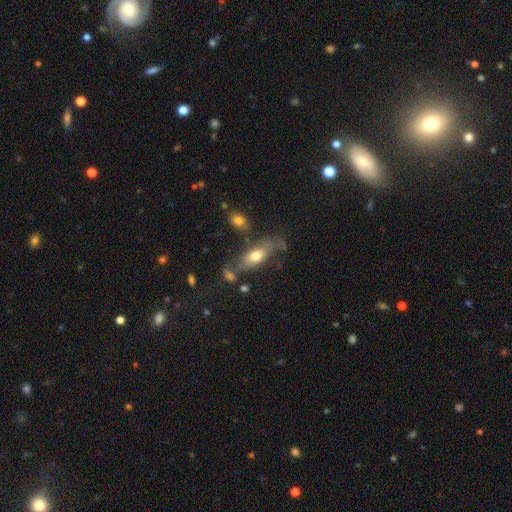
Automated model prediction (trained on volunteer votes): Q: Smooth or featured?
A: smooth (63%); runner-up: featured or disk (30%)
Q: How rounded?
A: in between (72%); runner-up: cigar-shaped (24%)
Q: Merging?
A: none (53%); runner-up: minor disturbance (24%)